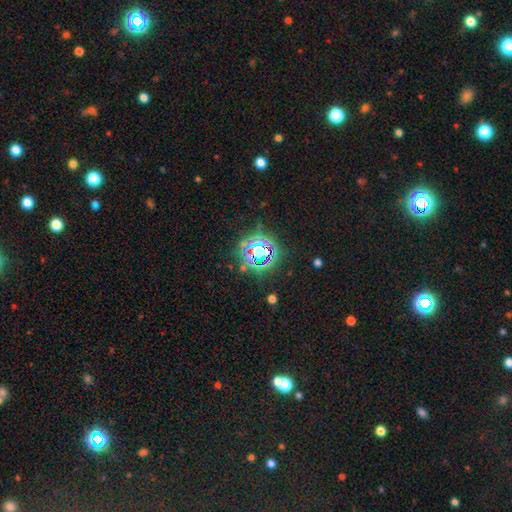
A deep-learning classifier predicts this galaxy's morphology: Smooth or featured?
  - star or artifact: 78% *
  - smooth: 13%
  - featured or disk: 9%